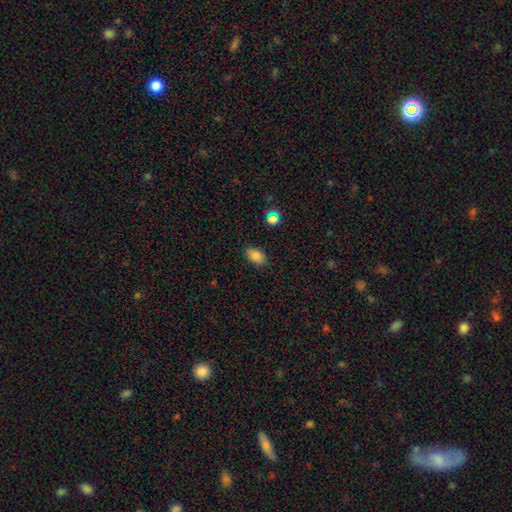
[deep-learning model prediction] Smooth or featured: smooth — 84% (star or artifact — 10%)
How rounded: in between — 90% (round — 8%)
Merging: none — 86% (minor disturbance — 11%)